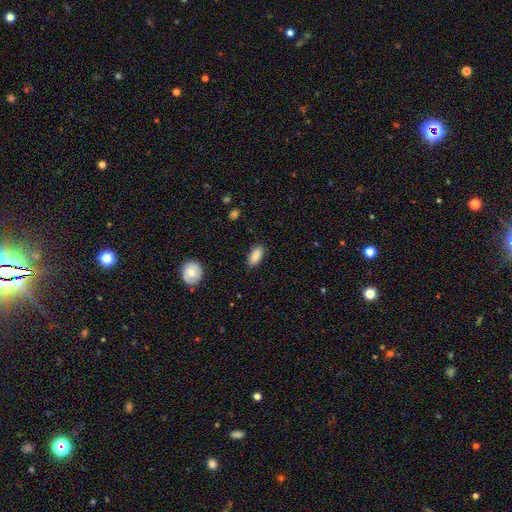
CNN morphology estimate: Smooth or featured: smooth — 87% (star or artifact — 7%)
How rounded: in between — 89% (cigar-shaped — 9%)
Merging: none — 85% (minor disturbance — 11%)